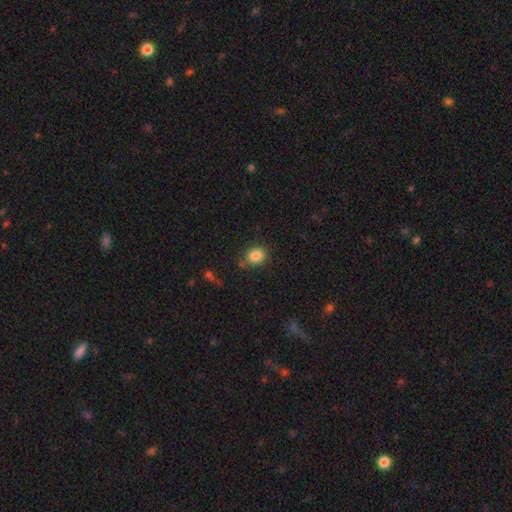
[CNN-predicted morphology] The model was most divided on "how rounded": round: 62%, in between: 37%, cigar-shaped: 1%. More confident: smooth or featured — smooth (85%); merging — none (79%).